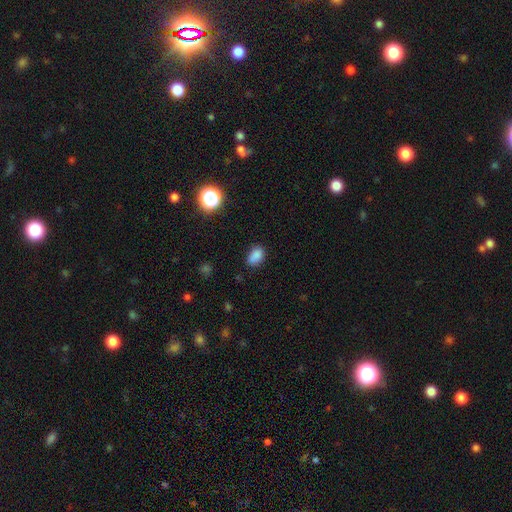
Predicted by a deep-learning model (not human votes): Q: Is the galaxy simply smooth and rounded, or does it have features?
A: smooth — 83%.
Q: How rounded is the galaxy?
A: in between — 81%.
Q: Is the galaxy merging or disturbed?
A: none — 70%.